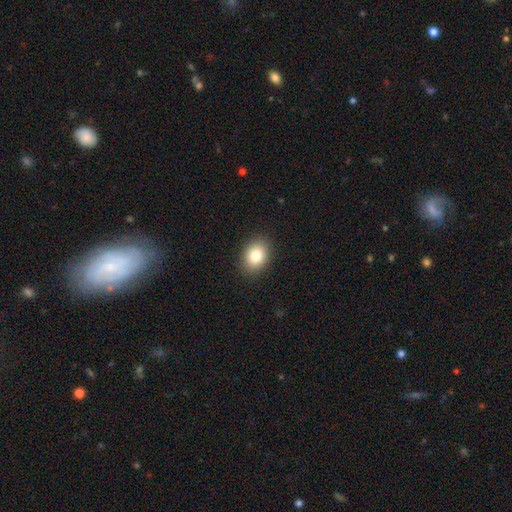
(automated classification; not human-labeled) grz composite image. It shows a smooth galaxy with no disk features (83%) that is in between round and cigar-shaped (67%). Merging: none (89%).